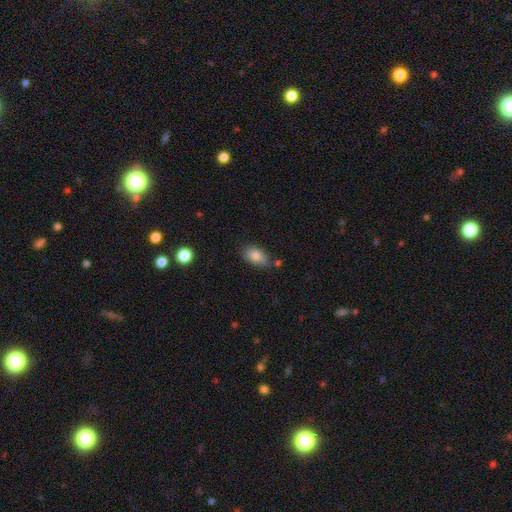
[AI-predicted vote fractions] Q: Smooth or featured?
A: smooth (81%); runner-up: featured or disk (11%)
Q: How rounded?
A: in between (88%); runner-up: round (10%)
Q: Merging?
A: none (70%); runner-up: minor disturbance (21%)